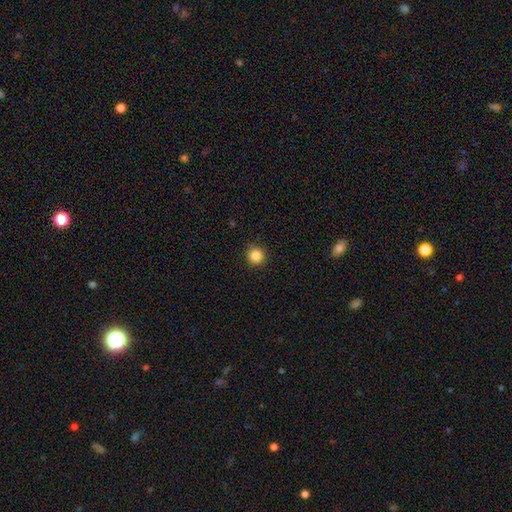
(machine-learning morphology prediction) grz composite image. It shows a smooth galaxy with no disk features (85%) that is round (95%). Merging: none (91%).